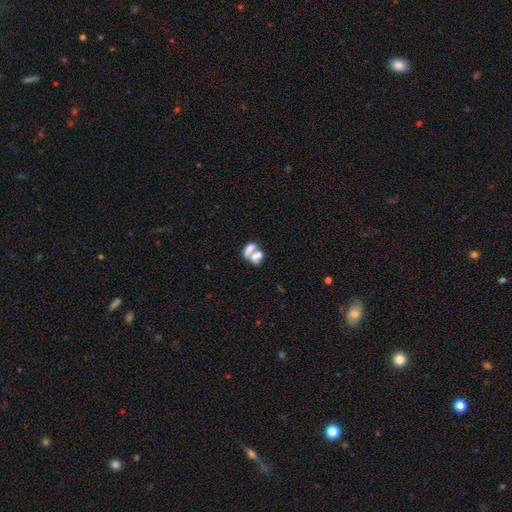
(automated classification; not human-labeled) smooth-or-featured: smooth: 62% | featured or disk: 25% | star or artifact: 13%
  how-rounded: in between: 72% | round: 23% | cigar-shaped: 4%
  merging: merger: 64% | none: 22% | minor disturbance: 7% | major disturbance: 7%